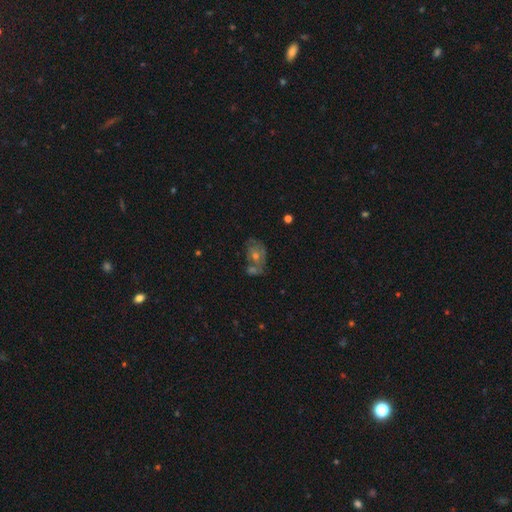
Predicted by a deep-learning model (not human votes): Morphology: type=featured or disk (49%); merging=none (46%).